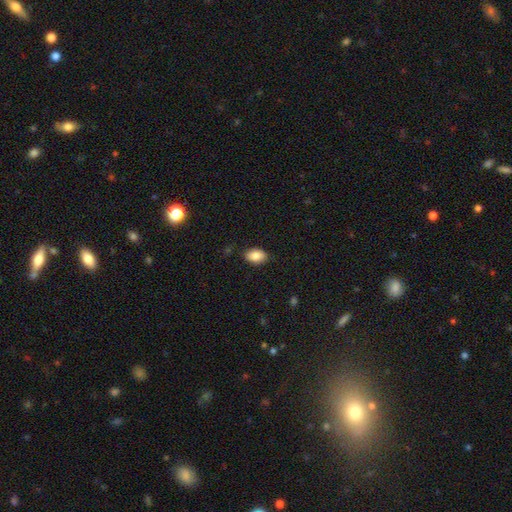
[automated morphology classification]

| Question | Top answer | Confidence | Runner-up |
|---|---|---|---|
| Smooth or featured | smooth | 86% | star or artifact (8%) |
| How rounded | in between | 89% | round (9%) |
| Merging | none | 86% | minor disturbance (10%) |